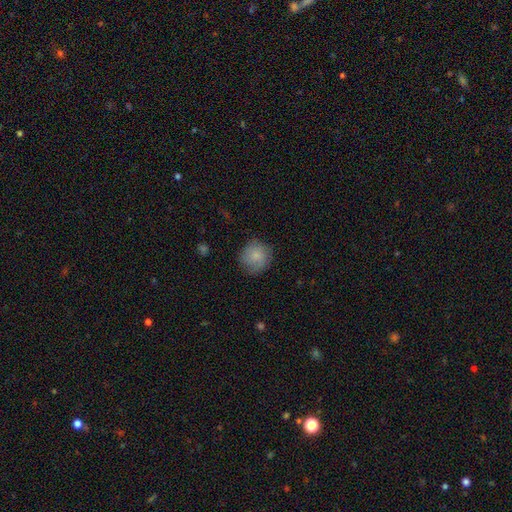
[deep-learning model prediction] Smooth or featured? smooth (82%)
How rounded? round (89%)
Merging? none (78%)